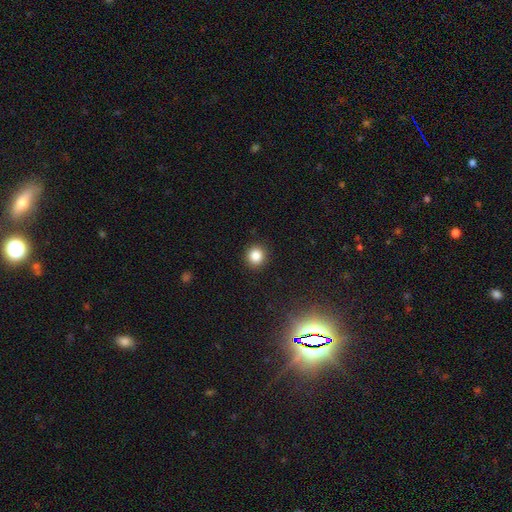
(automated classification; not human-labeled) smooth 85%, star or artifact 11%, featured or disk 4%. Down the decision tree: how rounded — round (92%); merging — none (91%).